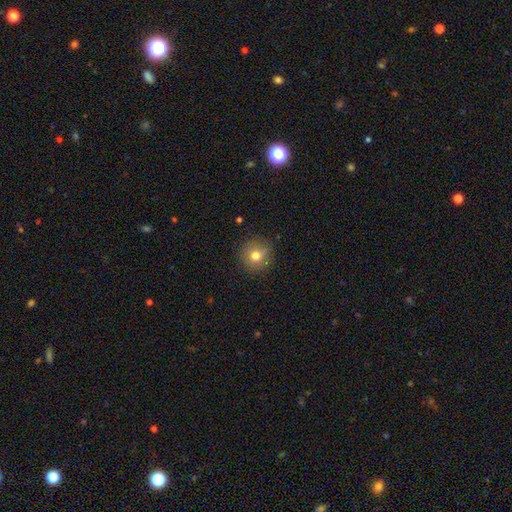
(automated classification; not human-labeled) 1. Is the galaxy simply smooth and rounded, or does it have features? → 75% smooth, 13% featured or disk, 12% star or artifact.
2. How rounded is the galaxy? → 93% round, 6% in between, 1% cigar-shaped.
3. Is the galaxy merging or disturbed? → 87% none, 9% minor disturbance, 3% major disturbance, 1% merger.